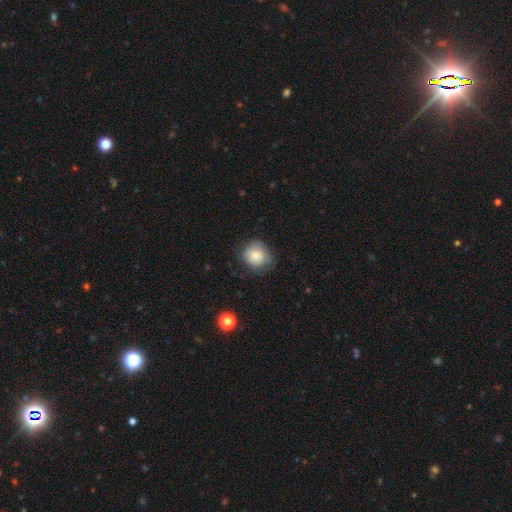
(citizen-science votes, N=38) Smooth or featured? smooth (74%)
How rounded? round (100%)
Merging? none (66%)